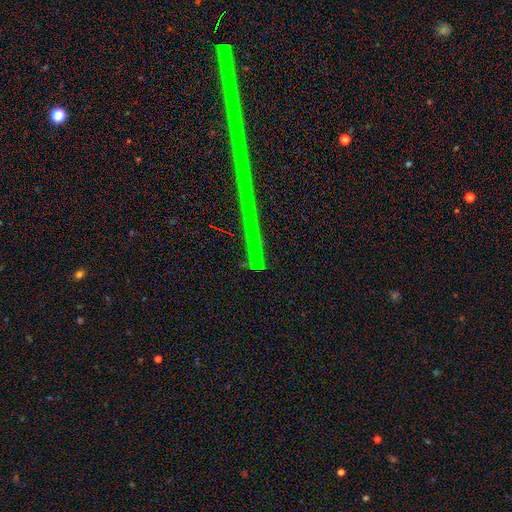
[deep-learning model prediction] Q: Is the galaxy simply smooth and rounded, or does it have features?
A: star or artifact — 75%.